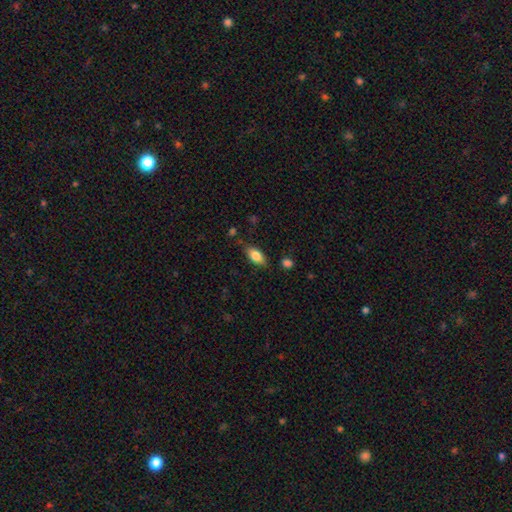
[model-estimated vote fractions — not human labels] Smooth or featured?
  - smooth: 78% *
  - featured or disk: 15%
  - star or artifact: 7%
How rounded?
  - in between: 86% *
  - cigar-shaped: 10%
  - round: 4%
Merging?
  - none: 80% *
  - minor disturbance: 14%
  - major disturbance: 3%
  - merger: 2%